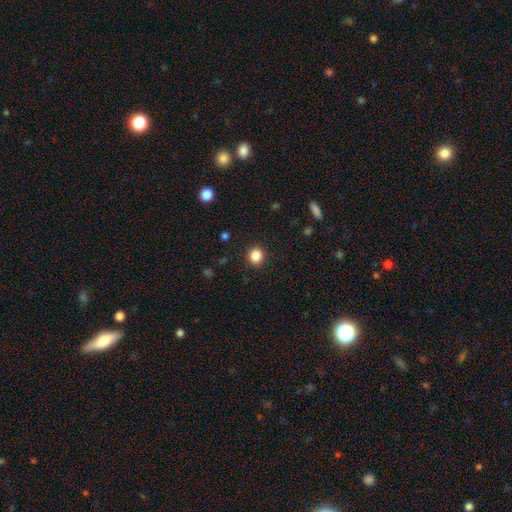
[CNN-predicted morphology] Smooth or featured?
  - smooth: 85% *
  - star or artifact: 11%
  - featured or disk: 4%
How rounded?
  - round: 81% *
  - in between: 18%
  - cigar-shaped: 1%
Merging?
  - none: 92% *
  - minor disturbance: 6%
  - major disturbance: 2%
  - merger: 1%